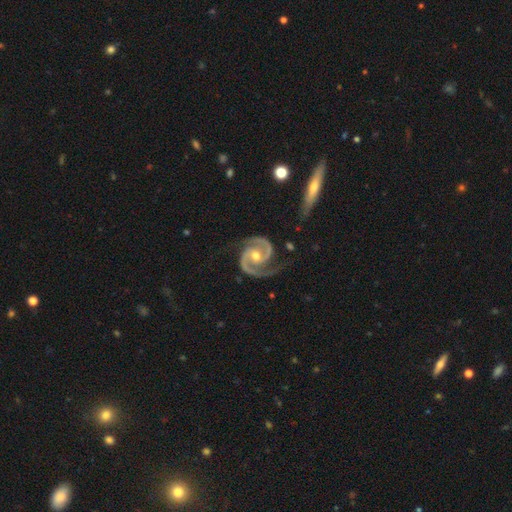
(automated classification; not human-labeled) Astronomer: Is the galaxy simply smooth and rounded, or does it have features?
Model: featured or disk — 94%.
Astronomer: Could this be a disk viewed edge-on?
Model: no — 98%.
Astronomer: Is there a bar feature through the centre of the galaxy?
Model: no — 53% (runner-up: weak, 33%).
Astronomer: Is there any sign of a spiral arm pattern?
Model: yes — 99%.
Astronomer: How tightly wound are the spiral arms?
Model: medium — 52% (runner-up: tight, 40%).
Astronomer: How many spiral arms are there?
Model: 2 — 94%.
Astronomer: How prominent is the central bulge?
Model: moderate — 67%.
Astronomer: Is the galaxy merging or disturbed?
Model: none — 77%.